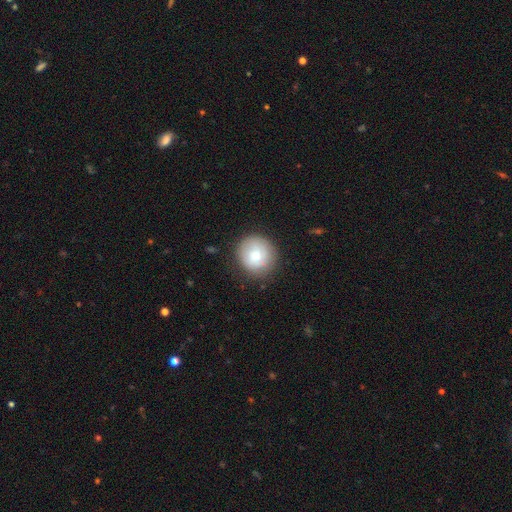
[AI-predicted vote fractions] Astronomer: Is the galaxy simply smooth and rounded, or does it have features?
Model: smooth — 71%.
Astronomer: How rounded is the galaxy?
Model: round — 92%.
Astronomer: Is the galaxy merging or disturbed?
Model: none — 83%.